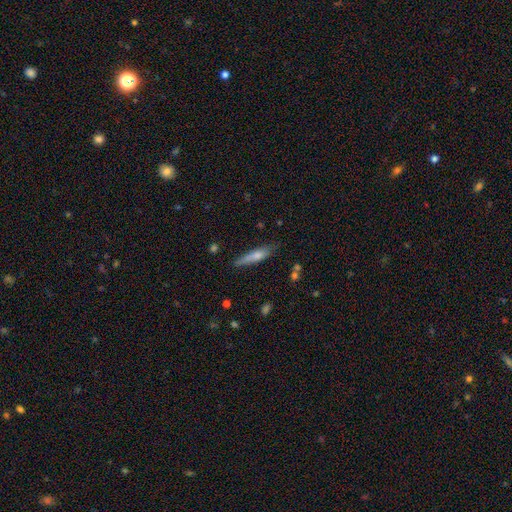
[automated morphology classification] Q: Smooth or featured?
A: smooth (66%); runner-up: featured or disk (27%)
Q: How rounded?
A: cigar-shaped (82%); runner-up: in between (16%)
Q: Merging?
A: none (70%); runner-up: minor disturbance (22%)